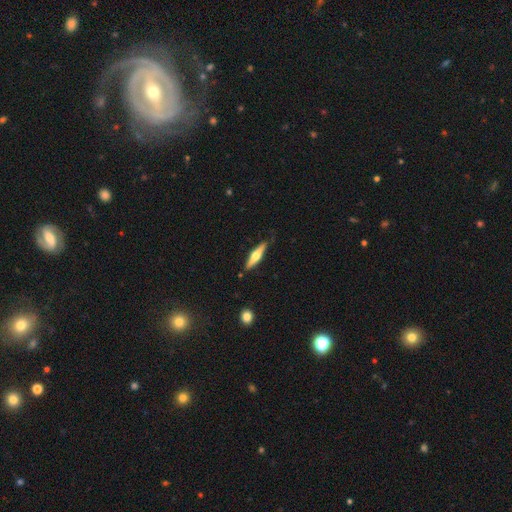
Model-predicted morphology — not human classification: The model was most divided on "smooth or featured": featured or disk: 61%, smooth: 34%, star or artifact: 5%. More confident: edge-on disk — yes (96%); edge-on bulge — rounded (92%); merging — none (84%).